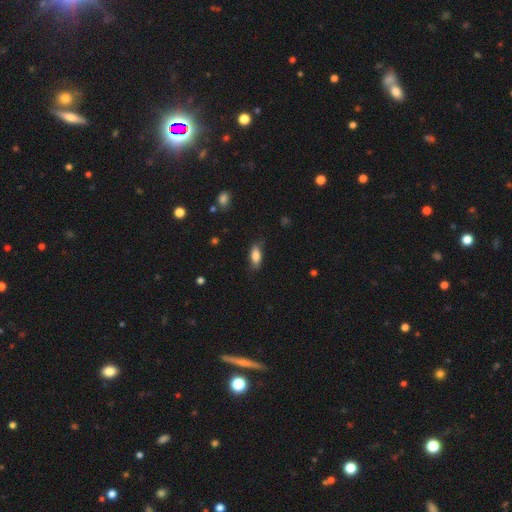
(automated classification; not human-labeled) Morphology: type=smooth (81%); roundness=in between (80%); merging=none (74%).